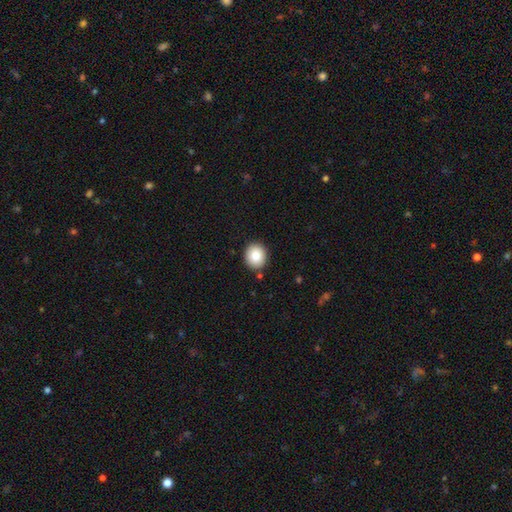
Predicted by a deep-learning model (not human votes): Smooth or featured? smooth (84%)
How rounded? round (74%)
Merging? none (88%)